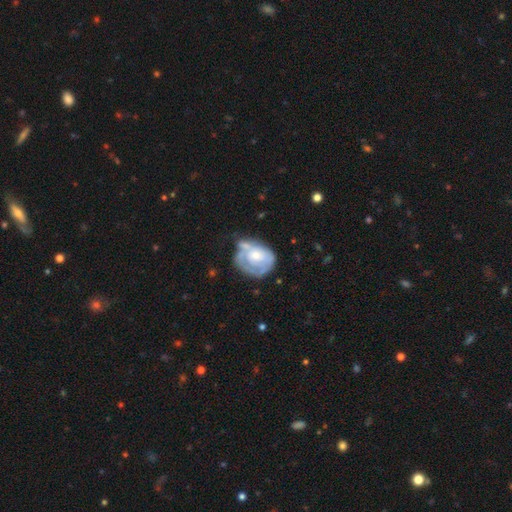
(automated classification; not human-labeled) smooth-or-featured: featured or disk: 62% | smooth: 31% | star or artifact: 6%
  disk-edge-on: no: 97% | yes: 3%
    bar: no: 80% | weak: 17% | strong: 3%
    has-spiral-arms: yes: 61% | no: 39%
    bulge-size: moderate: 45% | small: 40% | large: 8% | none: 6% | dominant: 2%
  merging: none: 42% | minor disturbance: 31% | major disturbance: 20% | merger: 7%